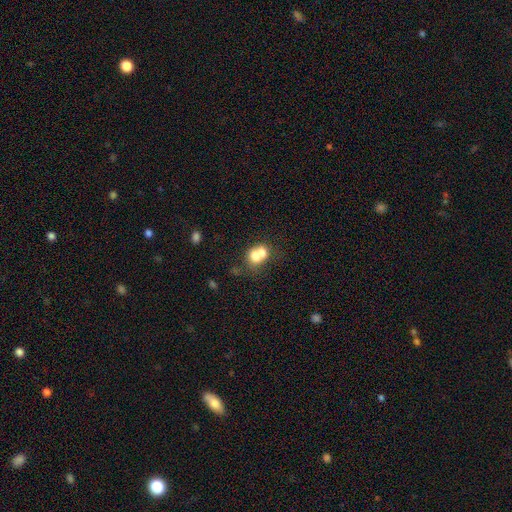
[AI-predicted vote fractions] This is likely a smooth galaxy (68%). How rounded: likely round (65%). Merging: likely merger (64%).